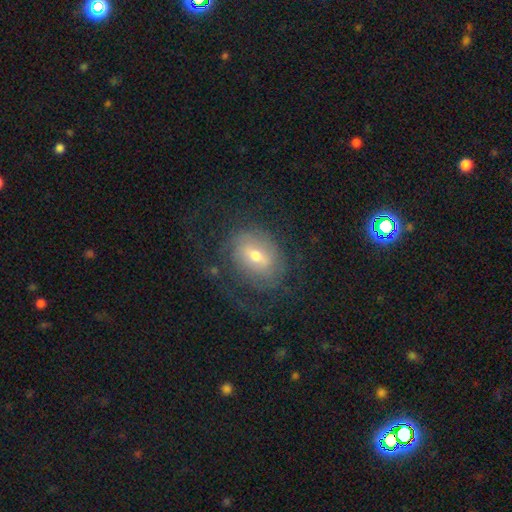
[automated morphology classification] smooth_or_featured: featured or disk (p=0.58) [alt: smooth p=0.33]
disk_edge_on: no (p=0.94) [alt: yes p=0.06]
bar: weak (p=0.47) [alt: no p=0.34]
has_spiral_arms: yes (p=0.67) [alt: no p=0.33]
bulge_size: moderate (p=0.58) [alt: small p=0.35]
merging: none (p=0.58) [alt: major disturbance p=0.21]